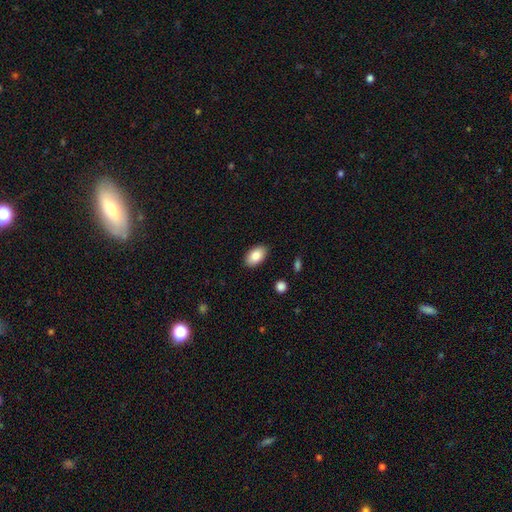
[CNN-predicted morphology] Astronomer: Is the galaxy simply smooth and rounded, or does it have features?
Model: smooth — 85%.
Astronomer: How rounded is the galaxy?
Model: in between — 94%.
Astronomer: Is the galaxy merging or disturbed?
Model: none — 87%.